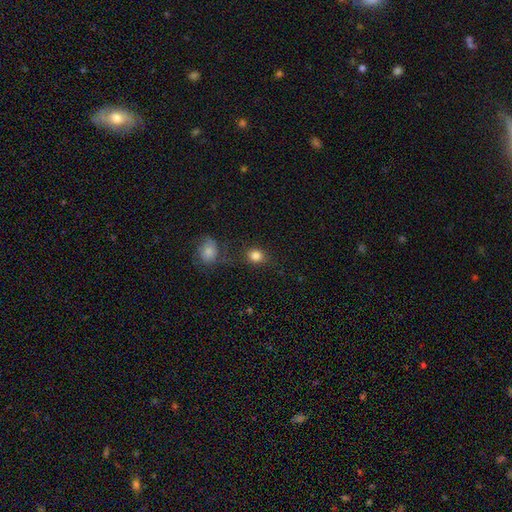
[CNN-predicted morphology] This appears to be a smooth galaxy with no disk features (84%) that is round (71%). Merging: none (76%).